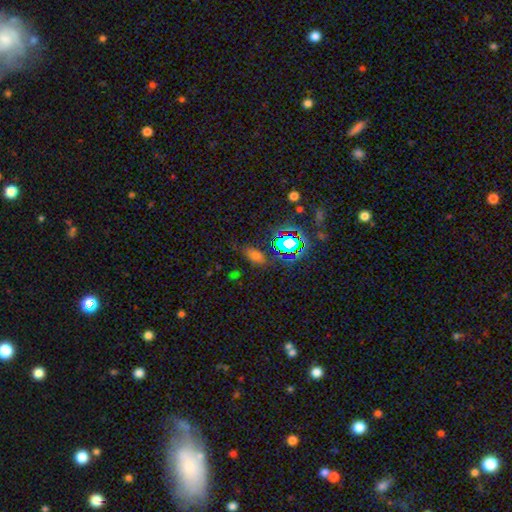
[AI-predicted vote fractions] Morphology: type=smooth (49%); merging=none (73%).